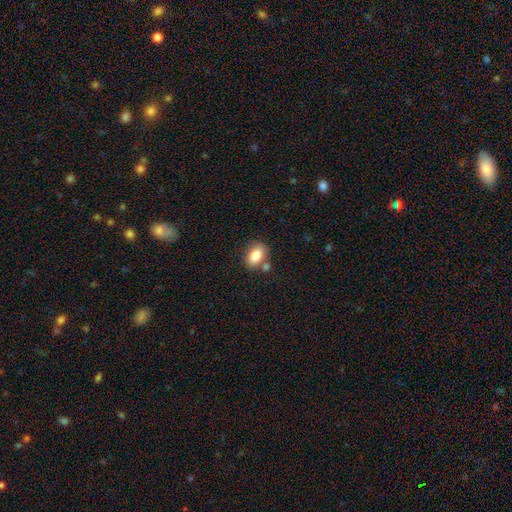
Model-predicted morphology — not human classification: Overall: smooth (84%). How rounded: in between (83%). Merging: none (70%).